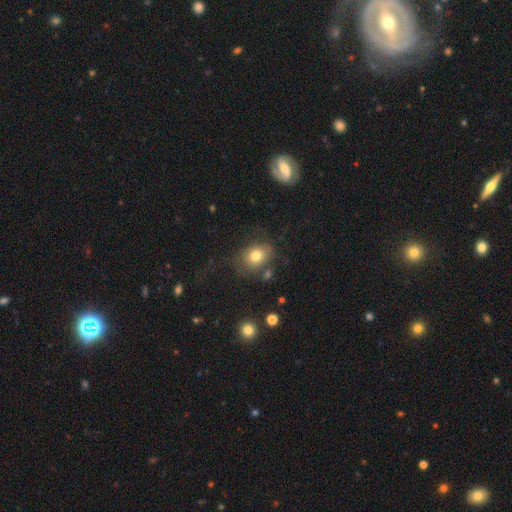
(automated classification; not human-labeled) Smooth or featured? smooth (76%)
How rounded? in between (50%)
Merging? none (63%)